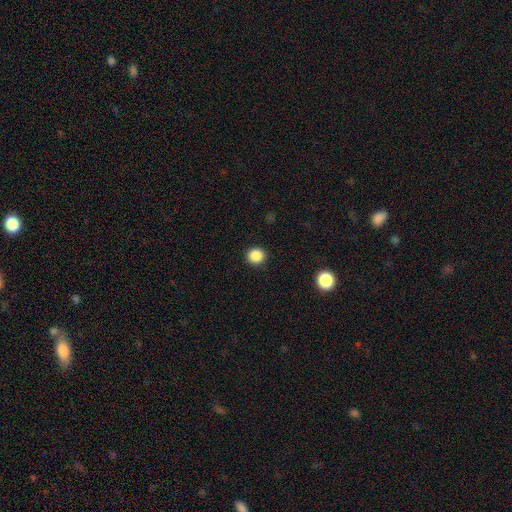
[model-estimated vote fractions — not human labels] Smooth or featured: smooth — 87% (star or artifact — 10%)
How rounded: round — 92% (in between — 7%)
Merging: none — 93% (minor disturbance — 5%)